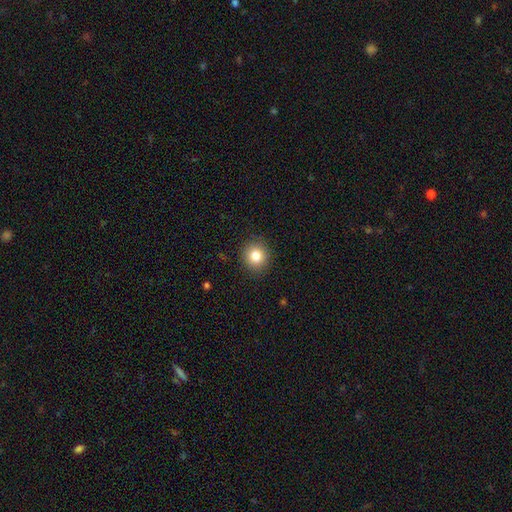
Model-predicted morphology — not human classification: This appears to be a smooth galaxy with no disk features (82%) that is round (88%). Merging: none (90%).